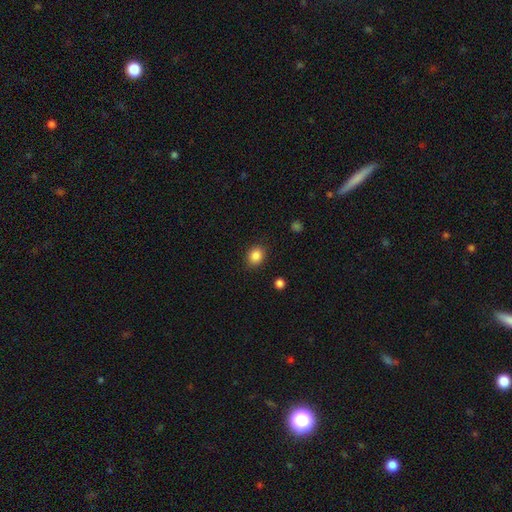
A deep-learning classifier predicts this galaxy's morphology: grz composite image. It shows a smooth galaxy with no disk features (86%) that is round (58%). Merging: none (88%).